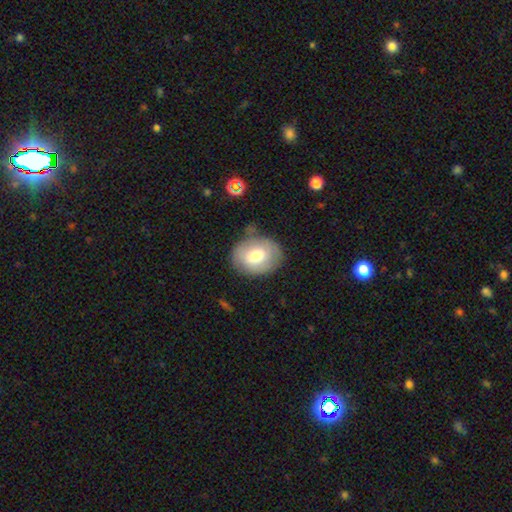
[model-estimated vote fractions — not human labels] Smooth or featured? smooth (69%)
How rounded? in between (60%)
Merging? none (70%)